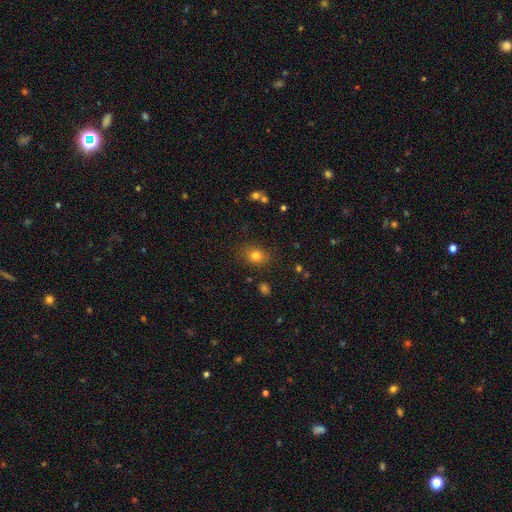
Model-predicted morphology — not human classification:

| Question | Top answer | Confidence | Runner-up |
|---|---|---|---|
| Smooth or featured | smooth | 80% | star or artifact (13%) |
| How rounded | in between | 59% | round (39%) |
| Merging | none | 83% | minor disturbance (12%) |